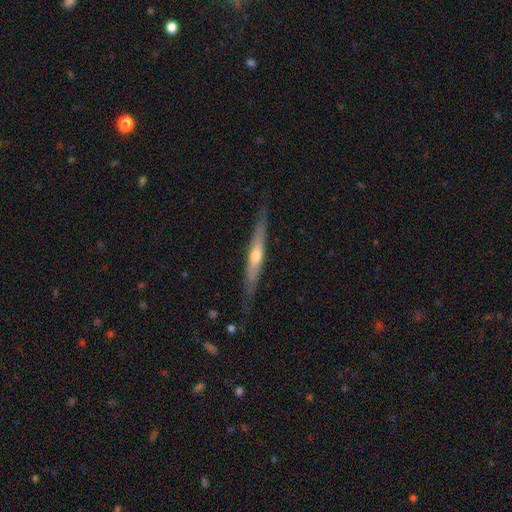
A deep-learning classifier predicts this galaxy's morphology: Overall: featured or disk (65%; smooth 29%). Edge-on disk: yes (93%). Edge-on bulge: rounded (75%). Merging: none (82%).